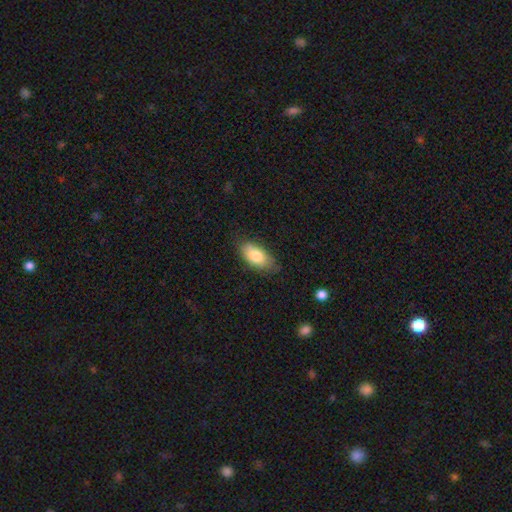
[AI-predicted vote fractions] Smooth or featured? Predicted: smooth (p=0.80). How rounded? Predicted: in between (p=0.91). Merging? Predicted: none (p=0.74).